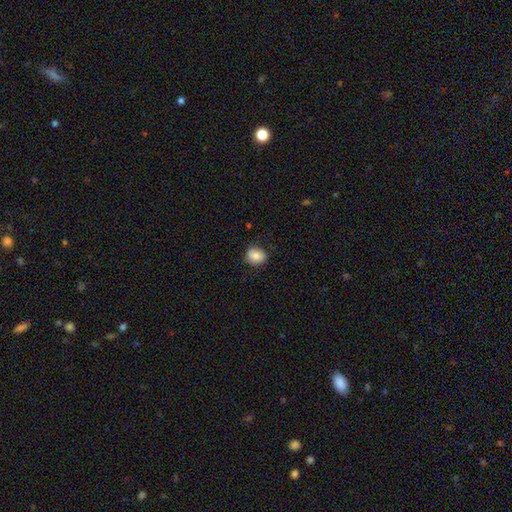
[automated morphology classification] A smooth galaxy with no disk features (82%) that is round (68%). Merging: none (79%).